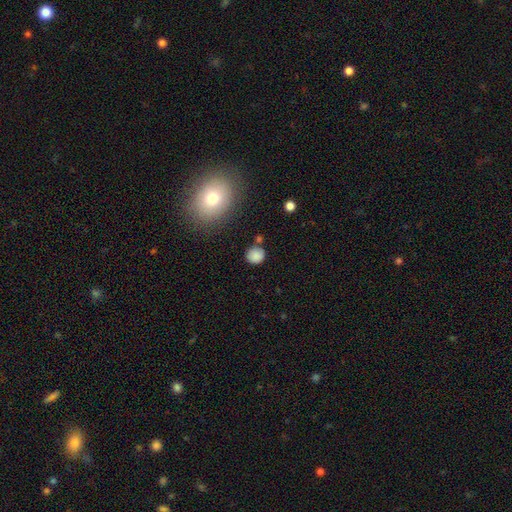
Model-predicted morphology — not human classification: type=smooth (83%); roundness=round (85%); merging=none (78%).